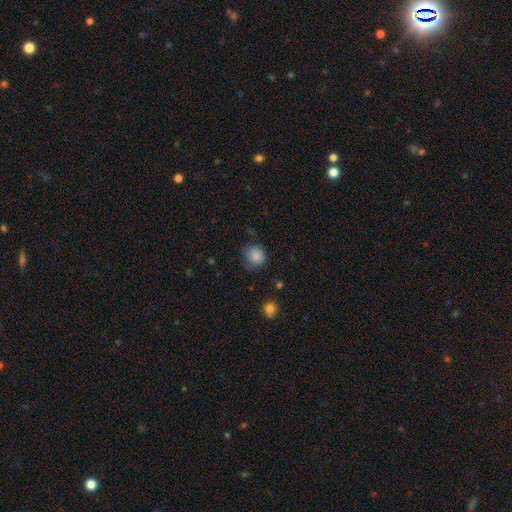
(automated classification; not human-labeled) Q: Smooth or featured?
A: smooth (85%); runner-up: star or artifact (10%)
Q: How rounded?
A: round (83%); runner-up: in between (16%)
Q: Merging?
A: none (66%); runner-up: minor disturbance (26%)